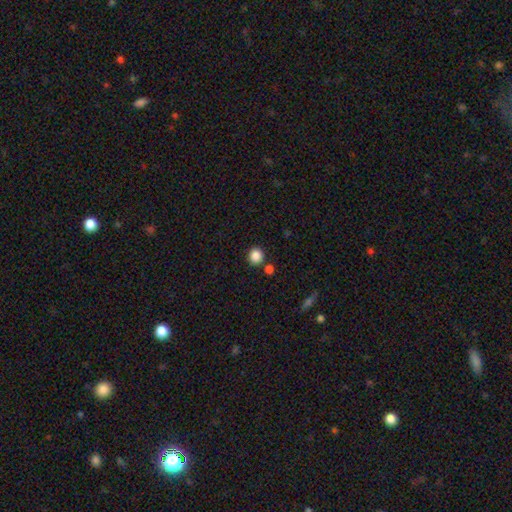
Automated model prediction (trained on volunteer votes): Q: Smooth or featured?
A: smooth (86%); runner-up: star or artifact (10%)
Q: How rounded?
A: round (86%); runner-up: in between (13%)
Q: Merging?
A: none (80%); runner-up: merger (9%)